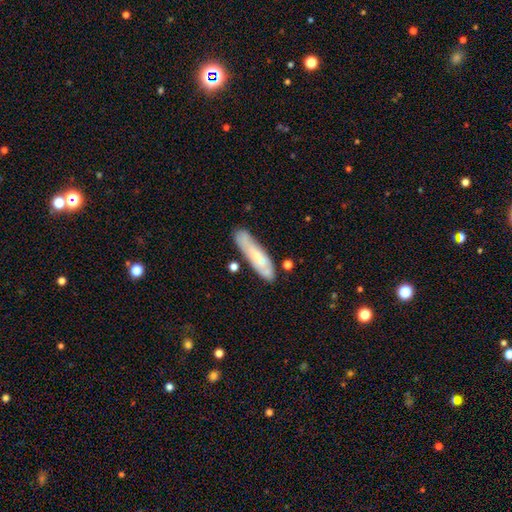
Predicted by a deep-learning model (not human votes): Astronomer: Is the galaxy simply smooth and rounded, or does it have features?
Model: smooth — 57% (runner-up: featured or disk, 36%).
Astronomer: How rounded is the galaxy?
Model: cigar-shaped — 76%.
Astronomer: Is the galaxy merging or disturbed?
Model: none — 74%.